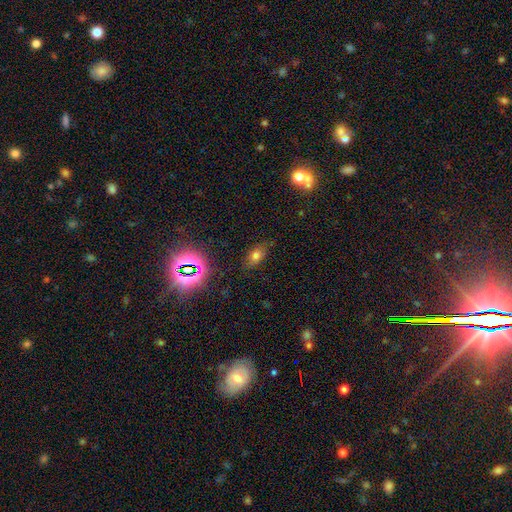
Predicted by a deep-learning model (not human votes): Smooth or featured? smooth (66%)
How rounded? in between (82%)
Merging? none (80%)